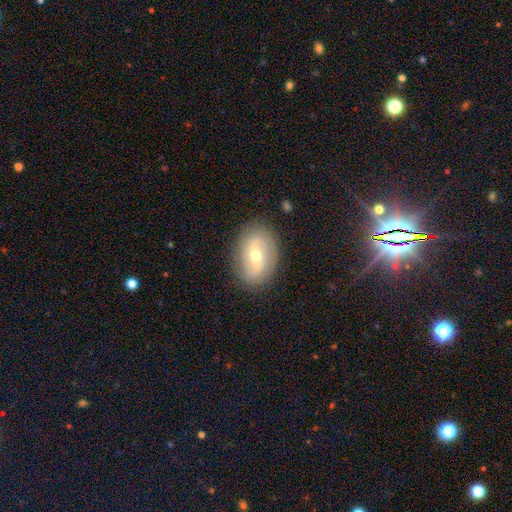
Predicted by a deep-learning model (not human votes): featured or disk 59%, smooth 33%, star or artifact 8%. Down the decision tree: edge-on disk — no (93%); bar — weak (44%); spiral arms — yes (67%); bulge size — moderate (55%); merging — none (84%).